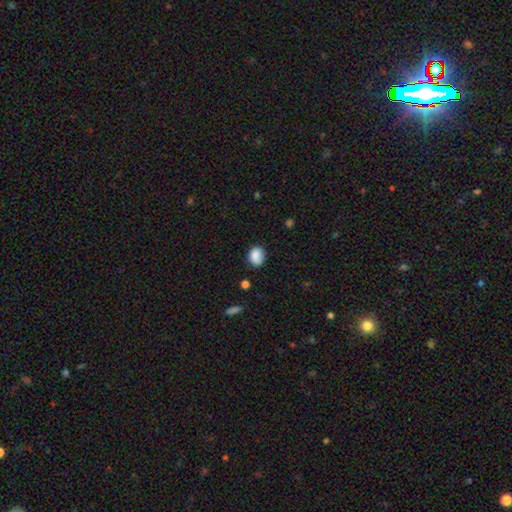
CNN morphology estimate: This is clearly a smooth galaxy (87%). How rounded: possibly in between (52%). Merging: likely none (75%).